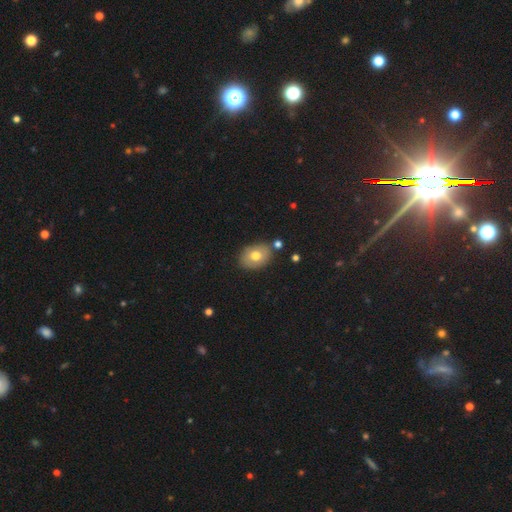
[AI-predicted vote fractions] Smooth or featured? Predicted: smooth (p=0.70). How rounded? Predicted: in between (p=0.77). Merging? Predicted: none (p=0.79).